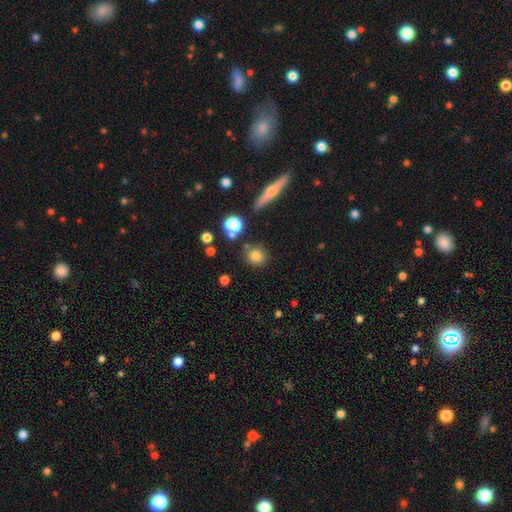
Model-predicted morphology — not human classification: Smooth or featured? Predicted: smooth (p=0.79). How rounded? Predicted: round (p=0.86). Merging? Predicted: none (p=0.80).